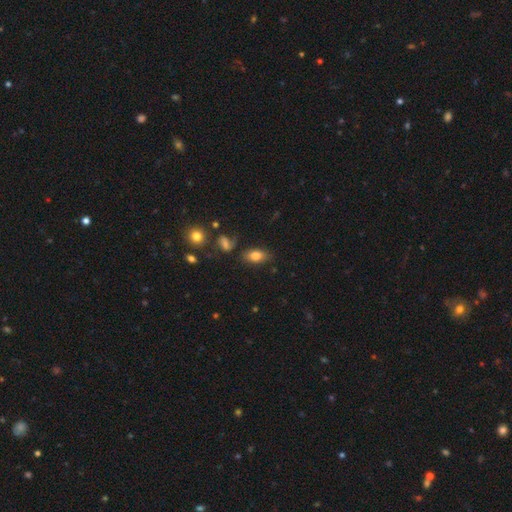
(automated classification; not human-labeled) smooth 80%, featured or disk 11%, star or artifact 9%. Down the decision tree: how rounded — in between (88%); merging — none (77%).